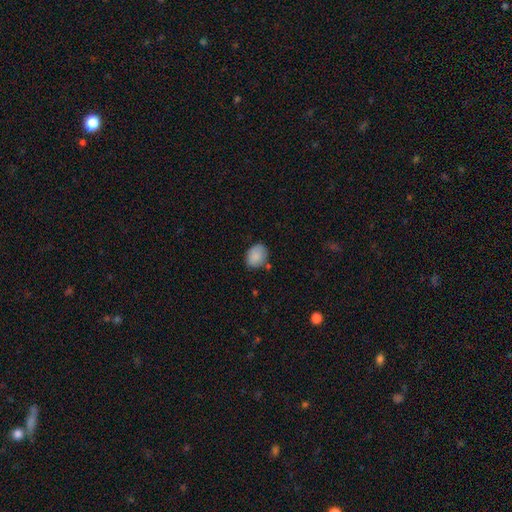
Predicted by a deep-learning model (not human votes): smooth 87%, star or artifact 7%, featured or disk 6%. Down the decision tree: how rounded — in between (65%); merging — none (71%).